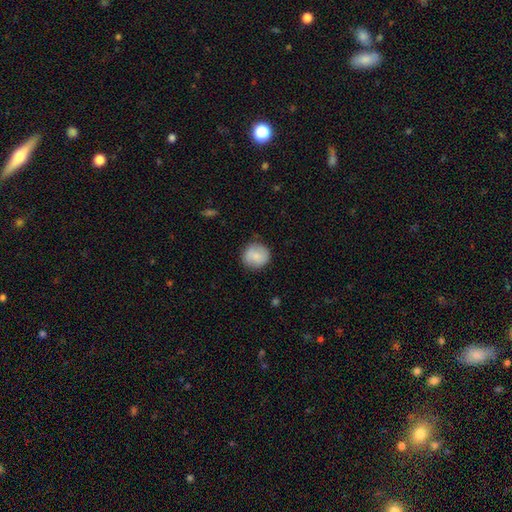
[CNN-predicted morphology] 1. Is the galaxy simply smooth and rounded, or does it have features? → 80% smooth, 13% featured or disk, 7% star or artifact.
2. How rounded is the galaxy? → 90% round, 9% in between, 1% cigar-shaped.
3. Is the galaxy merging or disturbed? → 83% none, 13% minor disturbance, 3% major disturbance, 1% merger.